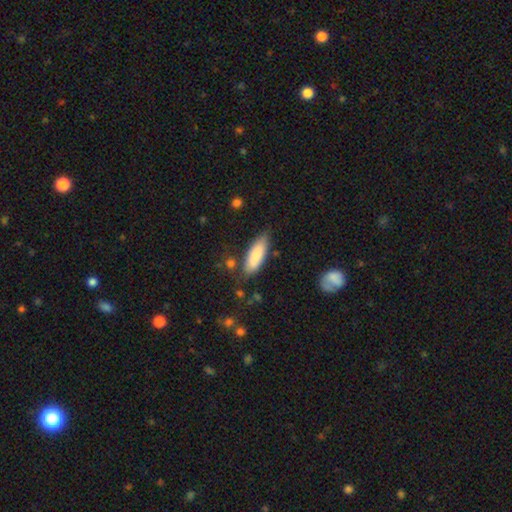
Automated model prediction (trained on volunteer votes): Smooth or featured?
  - smooth: 85% *
  - featured or disk: 9%
  - star or artifact: 6%
How rounded?
  - in between: 62% *
  - cigar-shaped: 37%
  - round: 2%
Merging?
  - none: 74% *
  - minor disturbance: 18%
  - major disturbance: 4%
  - merger: 4%